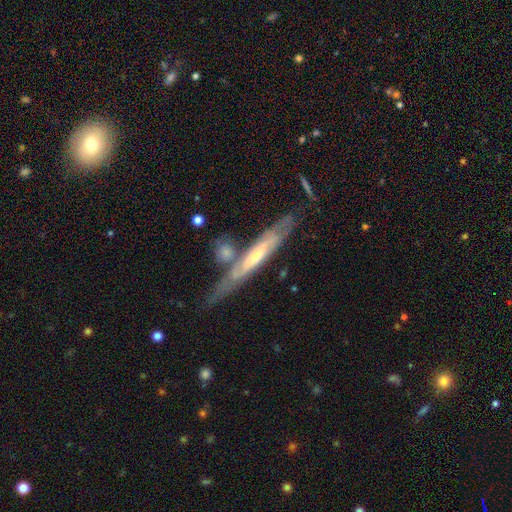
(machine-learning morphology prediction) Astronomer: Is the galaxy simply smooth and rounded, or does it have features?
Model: featured or disk — 72%.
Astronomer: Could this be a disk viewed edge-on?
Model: yes — 64%.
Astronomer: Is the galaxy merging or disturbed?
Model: none — 53%.